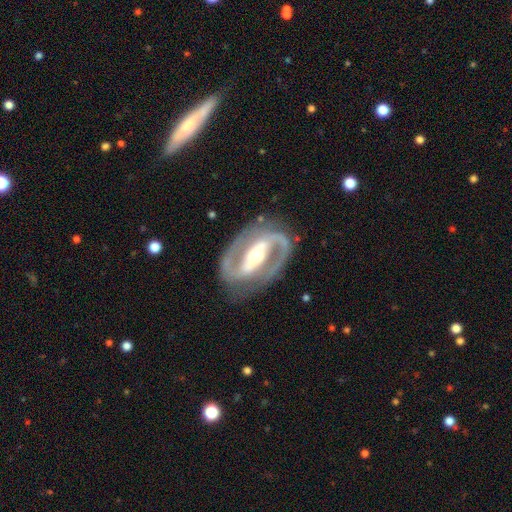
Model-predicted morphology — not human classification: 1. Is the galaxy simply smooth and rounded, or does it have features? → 92% featured or disk, 4% smooth, 4% star or artifact.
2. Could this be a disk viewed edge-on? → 97% no, 3% yes.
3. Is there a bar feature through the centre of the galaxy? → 66% strong, 22% weak, 12% no.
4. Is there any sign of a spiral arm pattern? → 96% yes, 4% no.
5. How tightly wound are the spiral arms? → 57% medium, 30% tight, 13% loose.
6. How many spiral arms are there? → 93% 2, 2% can't tell, 2% 1, 1% 3, 1% 4, 1% more than 4.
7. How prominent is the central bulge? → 70% moderate, 19% small, 10% large, 1% dominant, 1% none.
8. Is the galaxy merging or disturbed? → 81% none, 12% minor disturbance, 5% major disturbance, 1% merger.